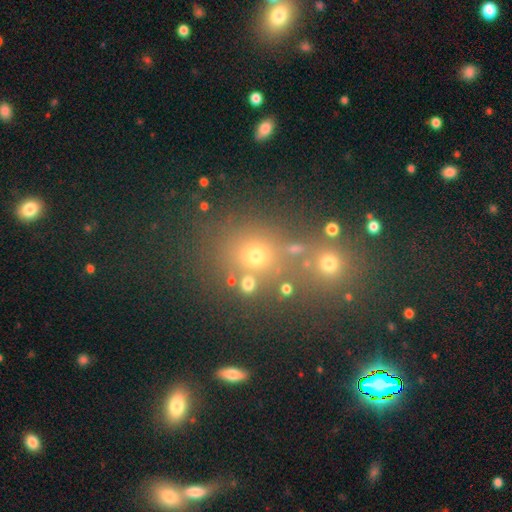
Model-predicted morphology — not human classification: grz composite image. It shows a smooth galaxy with no disk features (52%) that is round (76%). Merging: none (64%).